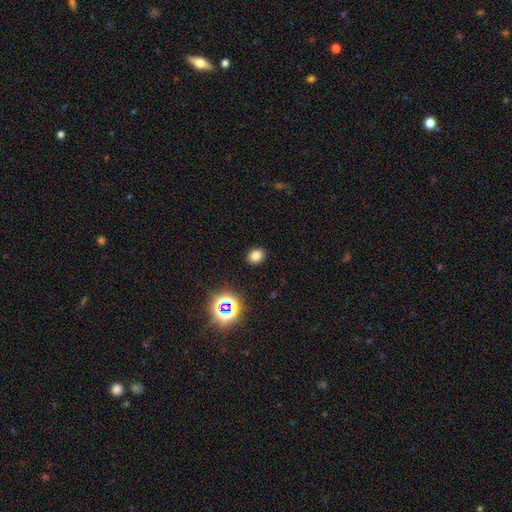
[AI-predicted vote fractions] Smooth or featured? Predicted: smooth (p=0.77). How rounded? Predicted: round (p=0.61). Merging? Predicted: none (p=0.90).